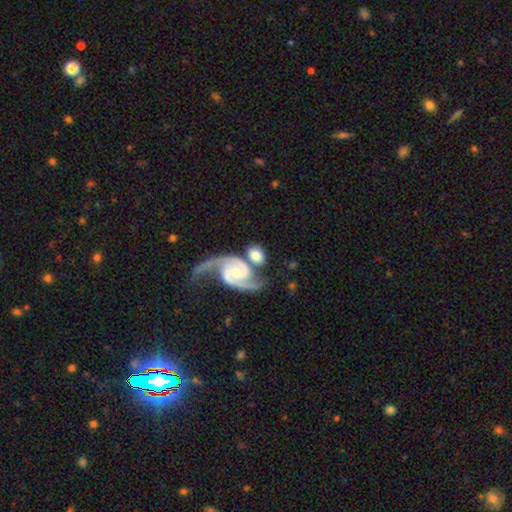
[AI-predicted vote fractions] Q: Smooth or featured?
A: featured or disk (68%); runner-up: smooth (27%)
Q: Edge-on disk?
A: no (97%); runner-up: yes (3%)
Q: Bar?
A: no (45%); runner-up: weak (40%)
Q: Spiral arms?
A: yes (95%); runner-up: no (5%)
Q: Spiral winding?
A: medium (49%); runner-up: loose (33%)
Q: Spiral arm count?
A: 2 (92%); runner-up: 1 (2%)
Q: Bulge size?
A: small (47%); runner-up: moderate (41%)
Q: Merging?
A: none (44%); runner-up: merger (35%)